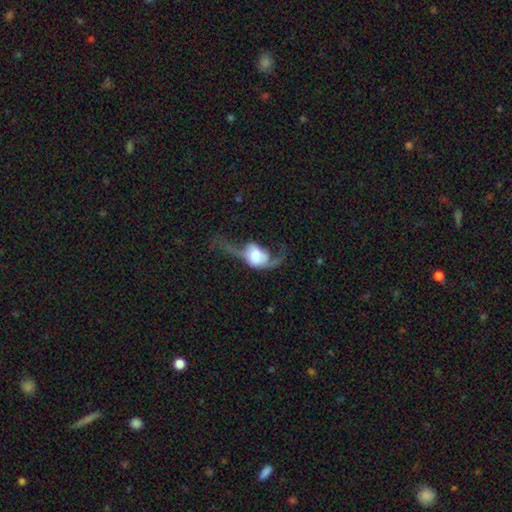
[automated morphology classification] Overall: featured or disk (60%; smooth 33%). Edge-on disk: no (84%). Merging: major disturbance (54%; none 22%).